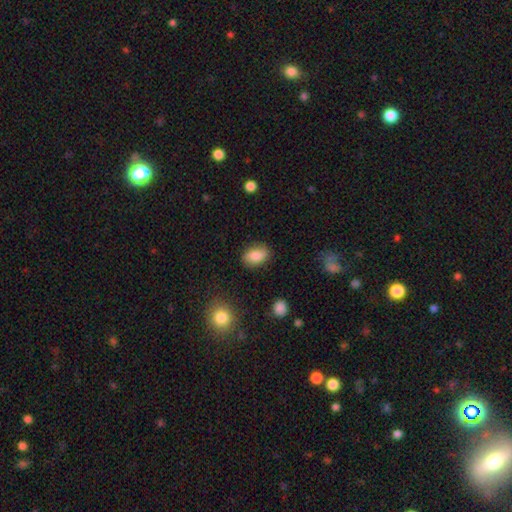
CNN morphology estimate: Smooth or featured? Predicted: smooth (p=0.77). How rounded? Predicted: in between (p=0.86). Merging? Predicted: none (p=0.76).